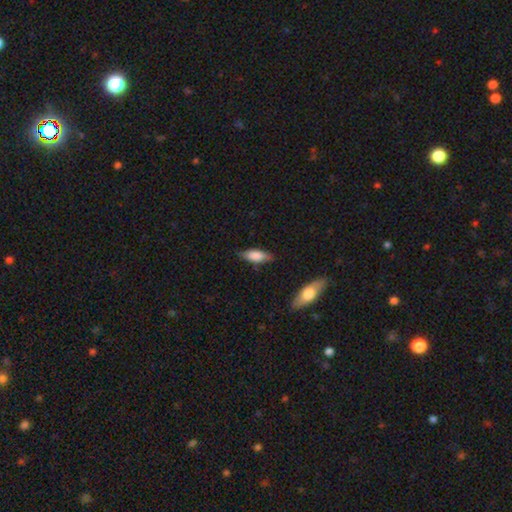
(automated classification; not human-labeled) smooth-or-featured: smooth: 75% | featured or disk: 19% | star or artifact: 6%
  how-rounded: in between: 70% | cigar-shaped: 28% | round: 2%
  merging: none: 77% | minor disturbance: 17% | major disturbance: 3% | merger: 2%